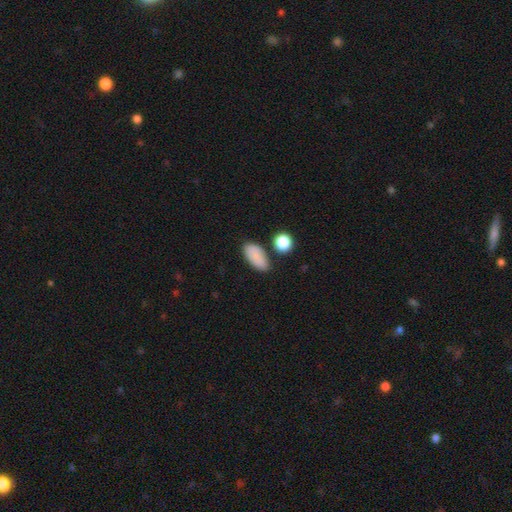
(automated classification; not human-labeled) Smooth or featured? Predicted: smooth (p=0.85). How rounded? Predicted: in between (p=0.90). Merging? Predicted: none (p=0.73).